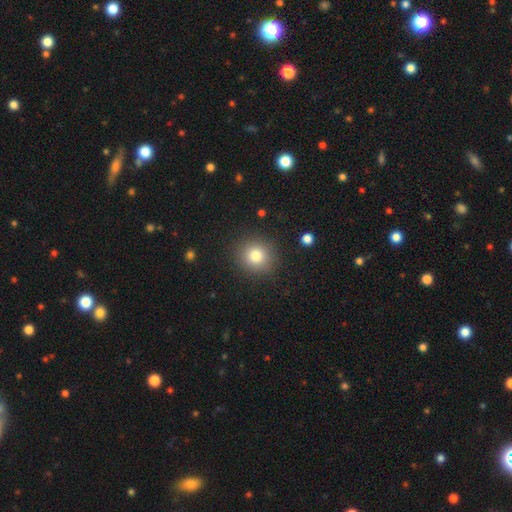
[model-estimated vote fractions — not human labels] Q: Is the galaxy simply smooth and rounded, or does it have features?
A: smooth — 79%.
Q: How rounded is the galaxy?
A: round — 91%.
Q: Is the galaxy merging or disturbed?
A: none — 90%.